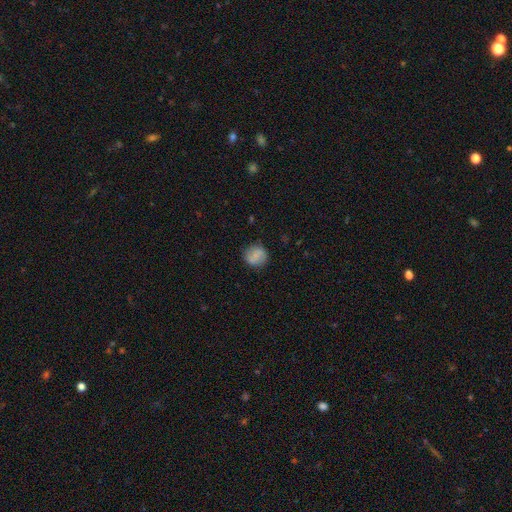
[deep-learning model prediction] A smooth galaxy with no disk features (72%) that is round (84%).

Vote fractions:
- Smooth or featured? smooth: 72% / featured or disk: 19% / star or artifact: 9%
- How rounded? round: 84% / in between: 14% / cigar-shaped: 1%
- Merging? none: 83% / minor disturbance: 12% / major disturbance: 4% / merger: 1%